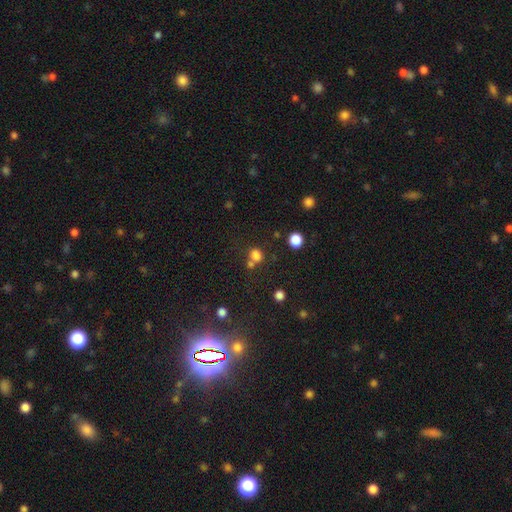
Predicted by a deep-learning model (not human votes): Smooth or featured: smooth — 76% (star or artifact — 17%)
How rounded: round — 67% (in between — 32%)
Merging: none — 51% (merger — 32%)